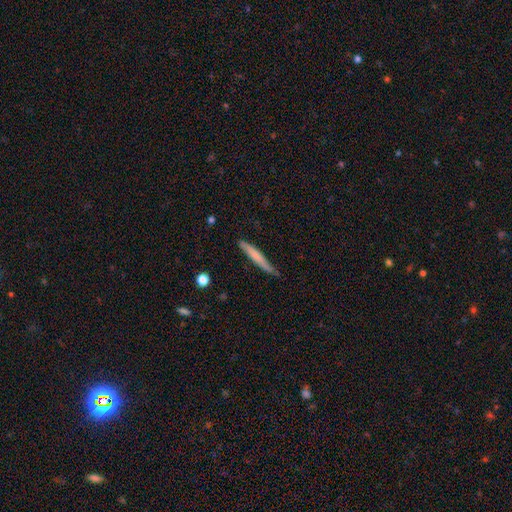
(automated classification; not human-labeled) Q: Smooth or featured?
A: smooth (63%); runner-up: featured or disk (32%)
Q: How rounded?
A: cigar-shaped (95%); runner-up: in between (3%)
Q: Merging?
A: none (75%); runner-up: minor disturbance (20%)